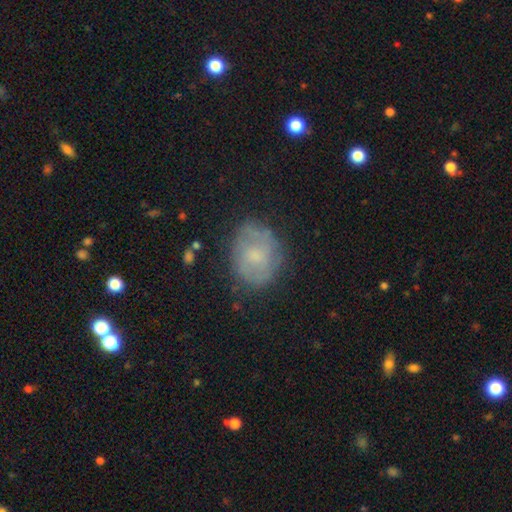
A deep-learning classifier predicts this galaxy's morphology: type=featured or disk (45%, tied with smooth); merging=none (72%).